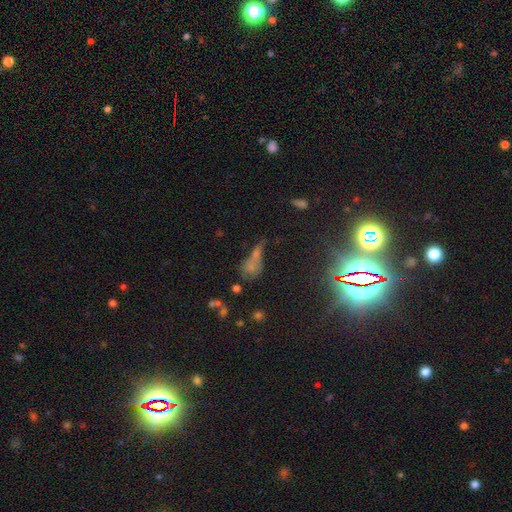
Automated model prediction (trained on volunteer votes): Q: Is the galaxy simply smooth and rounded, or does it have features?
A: star or artifact — 51%.